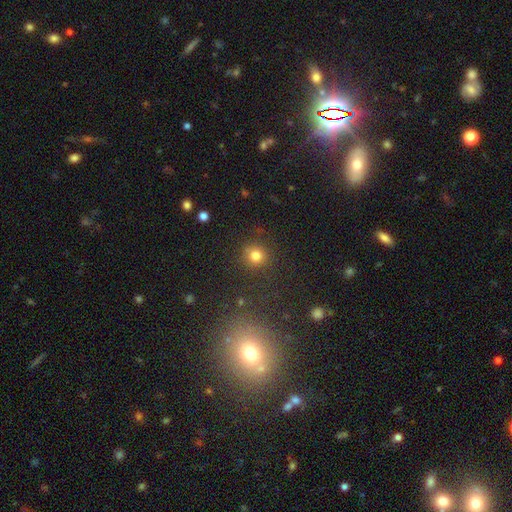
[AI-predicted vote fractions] A smooth galaxy with no disk features (79%) that is round (90%). Merging: none (85%).